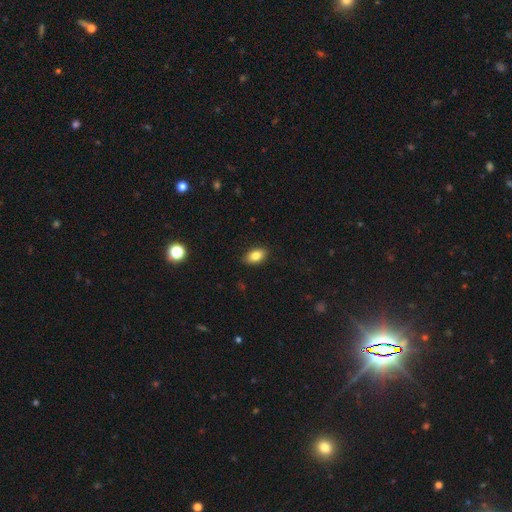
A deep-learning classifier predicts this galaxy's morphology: This appears to be a smooth galaxy with no disk features (83%) that is in between round and cigar-shaped (88%). Merging: none (87%).